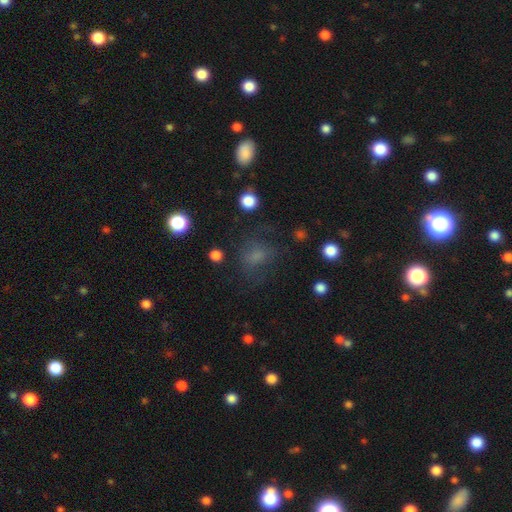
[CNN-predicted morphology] Overall: smooth (65%). How rounded: round (60%; in between 38%). Merging: none (56%; minor disturbance 21%).